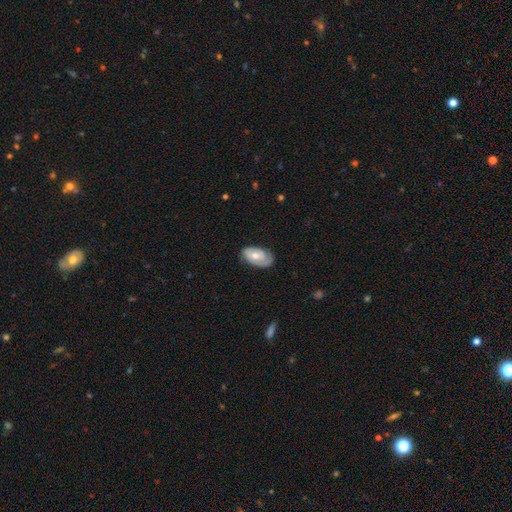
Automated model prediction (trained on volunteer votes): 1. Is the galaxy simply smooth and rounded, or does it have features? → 50% featured or disk, 44% smooth, 6% star or artifact.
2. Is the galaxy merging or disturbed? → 67% none, 25% minor disturbance, 7% major disturbance, 1% merger.